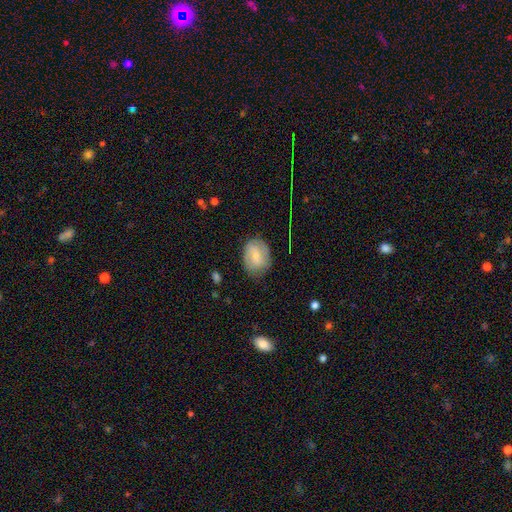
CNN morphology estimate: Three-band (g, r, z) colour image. It shows a smooth galaxy with no disk features (64%) that is in between round and cigar-shaped (67%). Merging: none (72%).